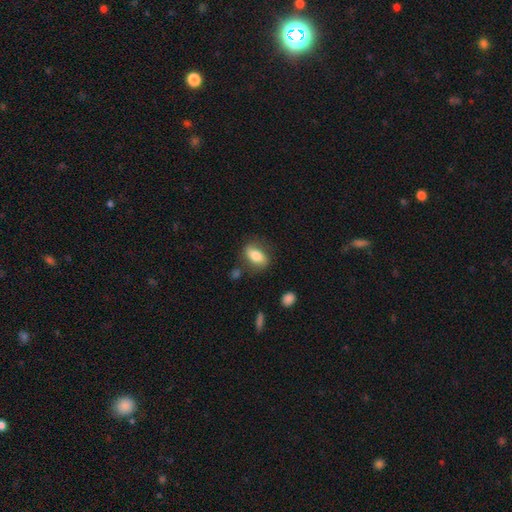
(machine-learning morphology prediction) Overall: smooth (77%). How rounded: in between (85%). Merging: none (74%).